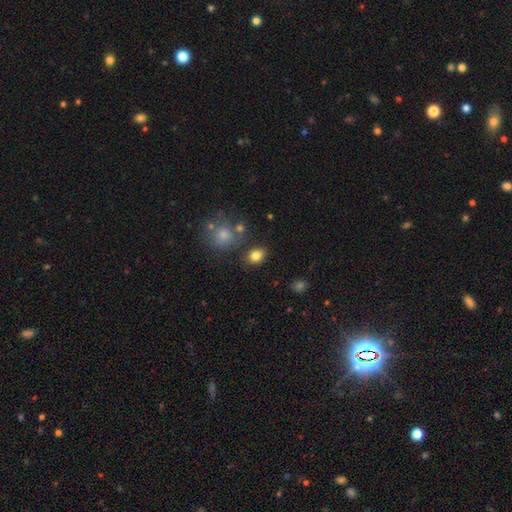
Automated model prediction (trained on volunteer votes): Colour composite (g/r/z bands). It shows a smooth galaxy with no disk features (82%) that is in between round and cigar-shaped (55%). Merging: none (79%).